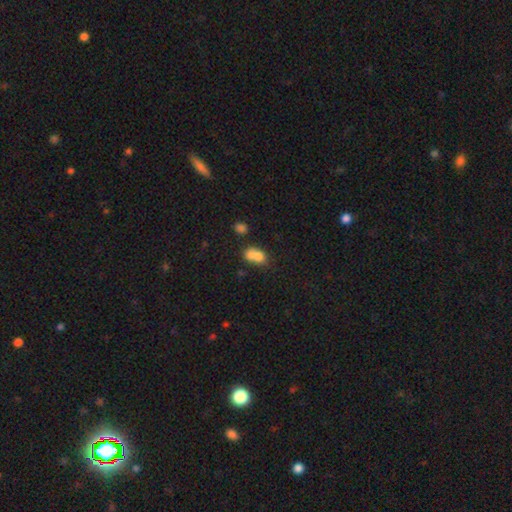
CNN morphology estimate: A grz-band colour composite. It shows a smooth galaxy with no disk features (73%) that is in between round and cigar-shaped (58%). Merging: merger (62%).